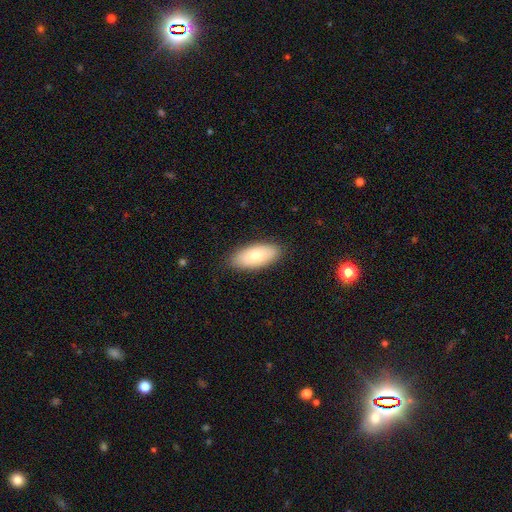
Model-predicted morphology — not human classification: Overall: smooth (80%). How rounded: in between (88%). Merging: none (86%).